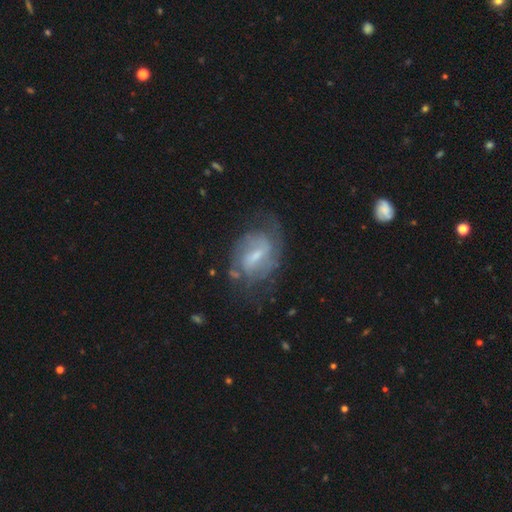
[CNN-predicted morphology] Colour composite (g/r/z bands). It shows a featured or disk galaxy (74%) with a weak bar (56%), 2 (51%) medium (43%) spiral arms (84%) and a small central bulge (47%). Merging: none (56%).